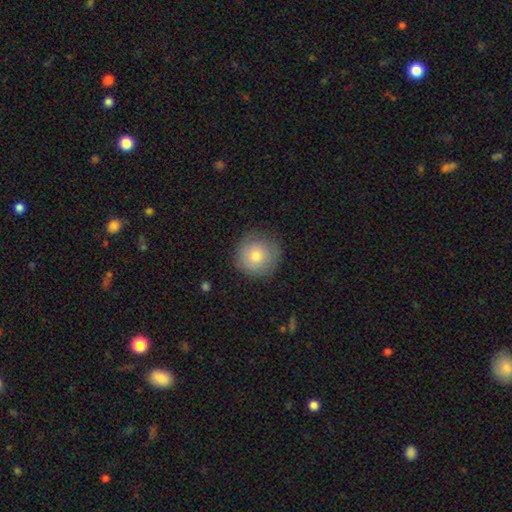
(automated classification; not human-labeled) A smooth galaxy with no disk features (75%) that is round (94%). Merging: none (81%).